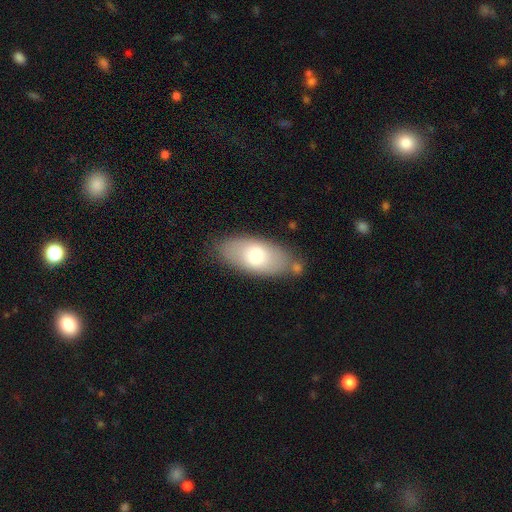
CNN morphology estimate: Overall: smooth (71%). How rounded: in between (91%). Merging: none (73%).